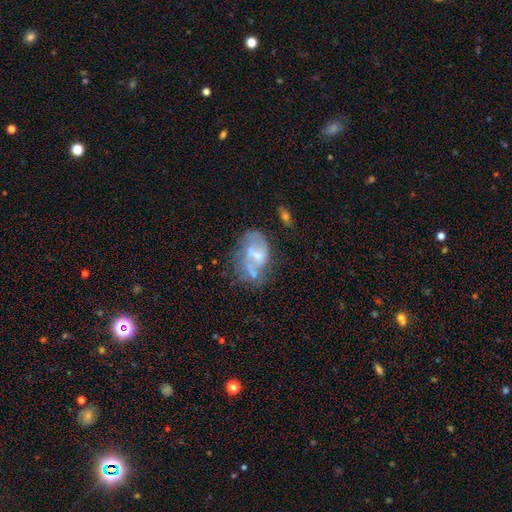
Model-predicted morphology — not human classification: smooth-or-featured: featured or disk: 57% | smooth: 32% | star or artifact: 10%
  disk-edge-on: no: 97% | yes: 3%
    bar: no: 54% | weak: 35% | strong: 12%
    has-spiral-arms: no: 66% | yes: 34%
    bulge-size: none: 37% | small: 28% | moderate: 27% | large: 6% | dominant: 1%
  merging: none: 30% | major disturbance: 29% | minor disturbance: 23% | merger: 17%